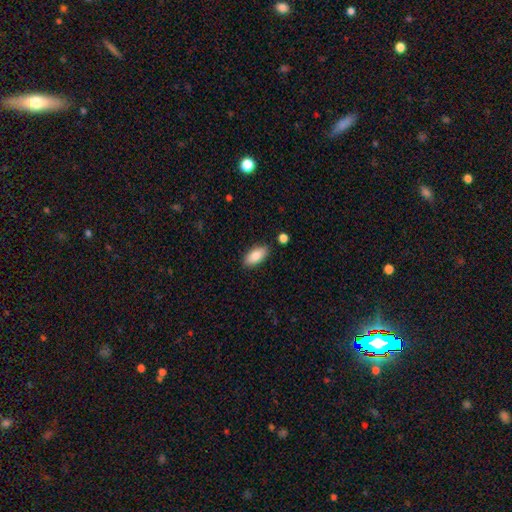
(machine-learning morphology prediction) Smooth or featured? smooth (85%)
How rounded? in between (91%)
Merging? none (85%)